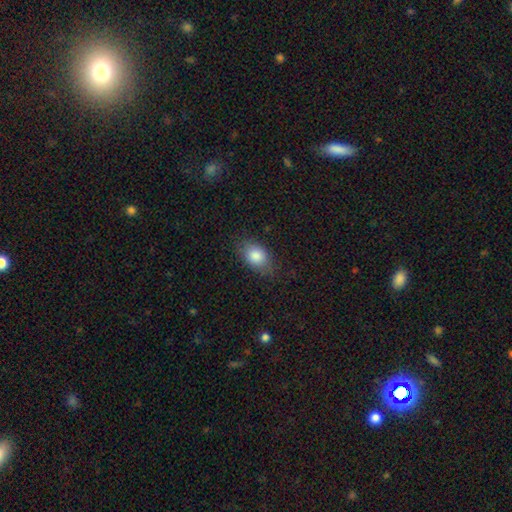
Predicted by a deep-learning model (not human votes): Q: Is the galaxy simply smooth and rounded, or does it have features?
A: smooth — 84%.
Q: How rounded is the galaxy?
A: in between — 80%.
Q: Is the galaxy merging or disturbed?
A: none — 76%.